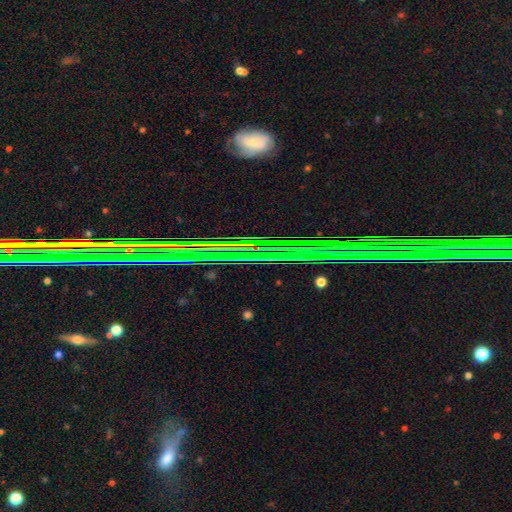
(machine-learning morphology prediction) A star or artifact, not a galaxy (74%).

Vote fractions:
- Smooth or featured? star or artifact: 74% / featured or disk: 14% / smooth: 12%